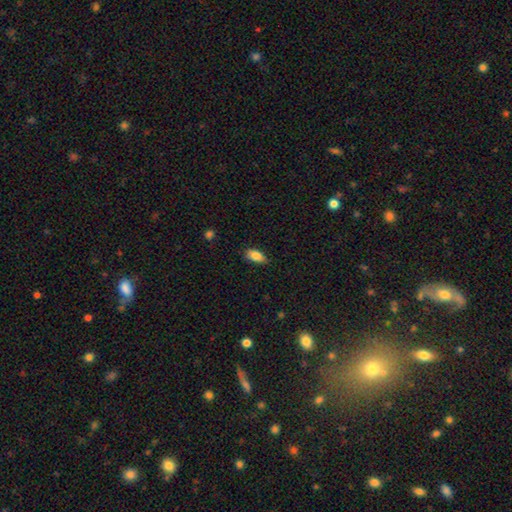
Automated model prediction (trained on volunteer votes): smooth 86%, star or artifact 8%, featured or disk 6%. Down the decision tree: how rounded — in between (89%); merging — none (77%).